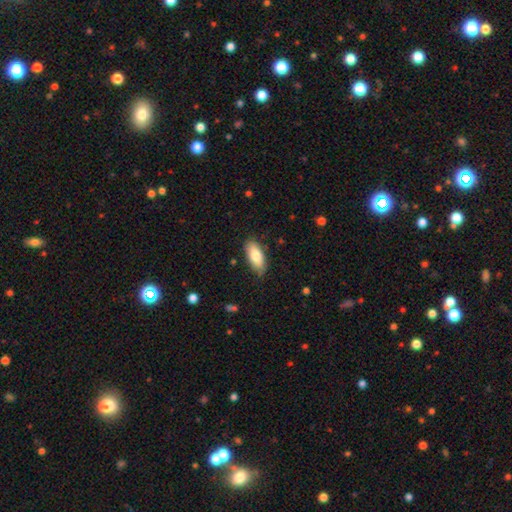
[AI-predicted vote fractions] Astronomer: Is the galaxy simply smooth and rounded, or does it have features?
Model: smooth — 79%.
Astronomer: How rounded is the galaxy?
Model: in between — 84%.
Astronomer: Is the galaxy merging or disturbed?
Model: none — 81%.